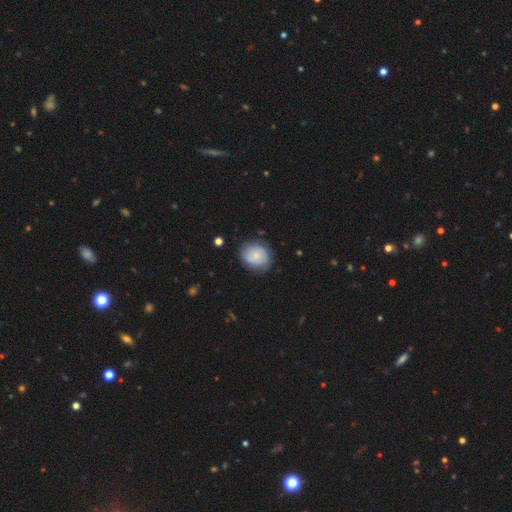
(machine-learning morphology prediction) A smooth galaxy with no disk features (58%) that is round (69%).

Vote fractions:
- Smooth or featured? smooth: 58% / featured or disk: 34% / star or artifact: 8%
- How rounded? round: 69% / in between: 30% / cigar-shaped: 1%
- Merging? none: 71% / minor disturbance: 21% / major disturbance: 6% / merger: 2%